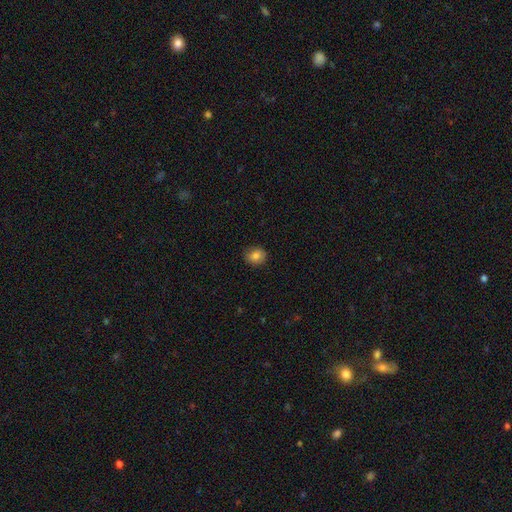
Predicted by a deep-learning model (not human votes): smooth-or-featured: smooth: 83% | star or artifact: 10% | featured or disk: 7%
  how-rounded: round: 70% | in between: 29% | cigar-shaped: 1%
  merging: none: 86% | minor disturbance: 11% | major disturbance: 2% | merger: 1%